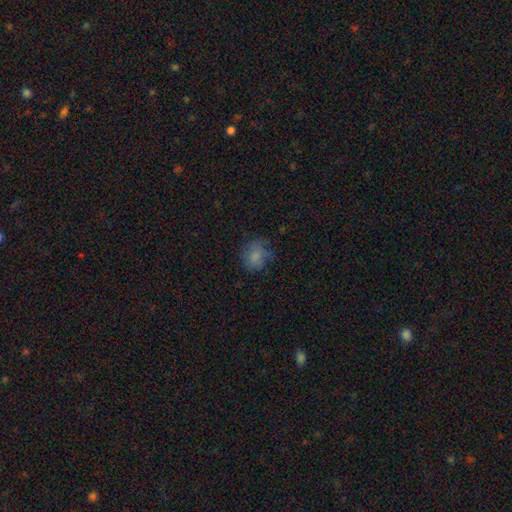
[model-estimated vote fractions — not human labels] smooth 76%, featured or disk 13%, star or artifact 11%. Down the decision tree: how rounded — round (64%); merging — none (58%).